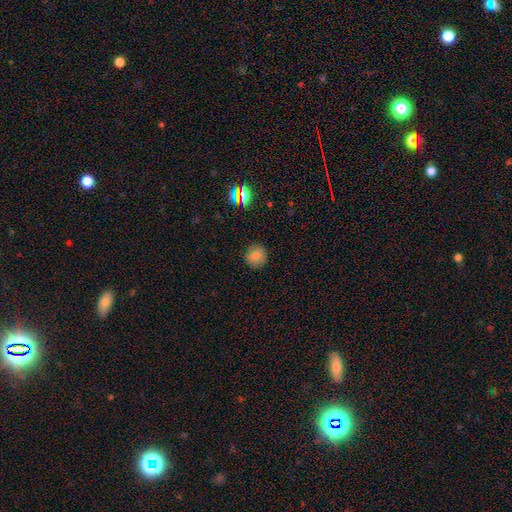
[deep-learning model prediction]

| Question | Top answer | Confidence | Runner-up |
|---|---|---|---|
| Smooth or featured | smooth | 80% | star or artifact (13%) |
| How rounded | round | 91% | in between (8%) |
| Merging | none | 89% | minor disturbance (8%) |